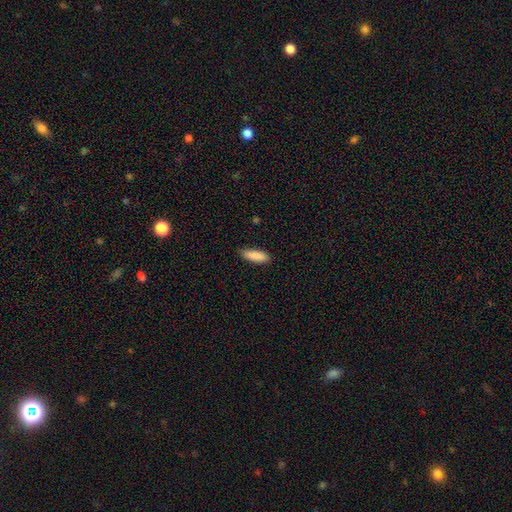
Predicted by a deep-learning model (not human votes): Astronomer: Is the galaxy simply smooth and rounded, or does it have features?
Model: smooth — 89%.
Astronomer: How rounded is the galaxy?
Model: in between — 57% (runner-up: cigar-shaped, 41%).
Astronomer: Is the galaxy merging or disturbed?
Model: none — 82%.